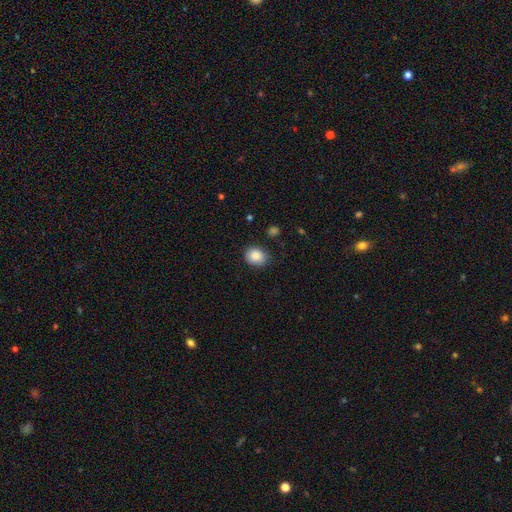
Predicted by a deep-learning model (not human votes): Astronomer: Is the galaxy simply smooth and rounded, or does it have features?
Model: smooth — 87%.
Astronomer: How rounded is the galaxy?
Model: round — 63%.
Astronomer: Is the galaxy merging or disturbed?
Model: none — 80%.